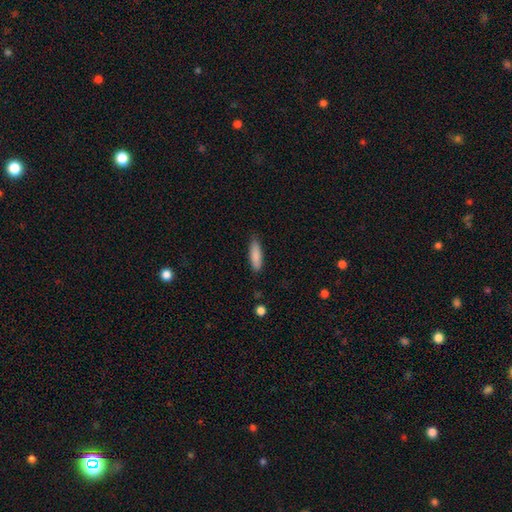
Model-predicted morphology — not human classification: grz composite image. It shows a smooth galaxy with no disk features (87%) that is cigar-shaped (51%). Merging: none (83%).